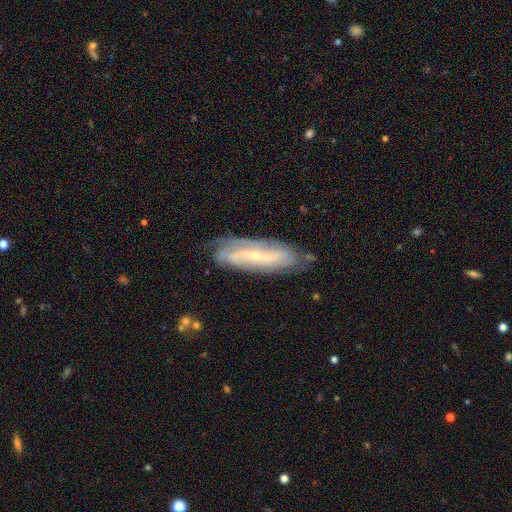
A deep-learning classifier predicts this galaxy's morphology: Smooth or featured: featured or disk — 81% (smooth — 13%)
Edge-on disk: no — 82% (yes — 18%)
Bar: strong — 37% (no — 32%)
Spiral arms: yes — 91% (no — 9%)
Spiral winding: tight — 43% (medium — 36%)
Spiral arm count: 2 — 57% (can't tell — 26%)
Bulge size: small — 79% (moderate — 16%)
Merging: none — 75% (minor disturbance — 18%)